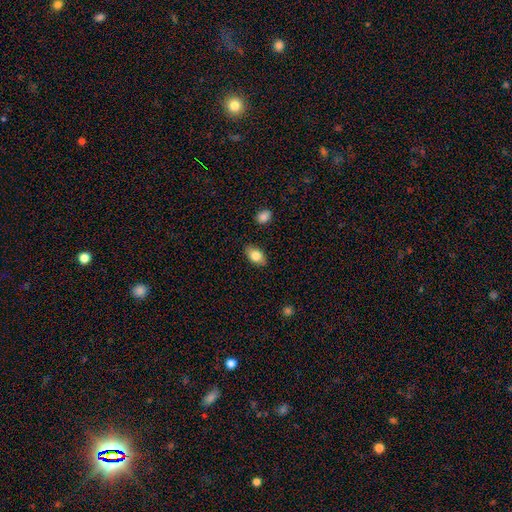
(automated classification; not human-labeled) smooth 82%, featured or disk 11%, star or artifact 7%. Down the decision tree: how rounded — in between (89%); merging — none (86%).